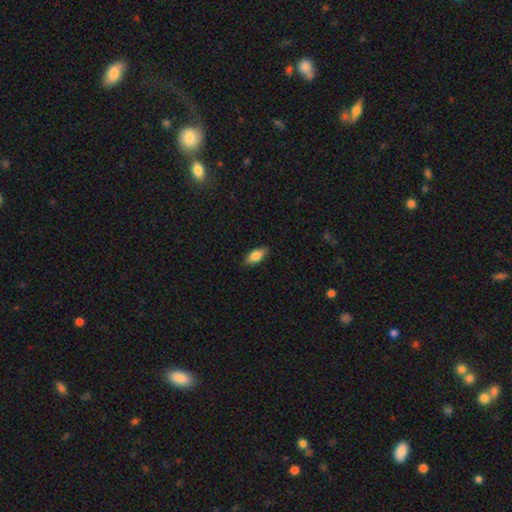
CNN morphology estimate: This is likely a smooth galaxy (80%). How rounded: clearly in between (84%). Merging: clearly none (87%).